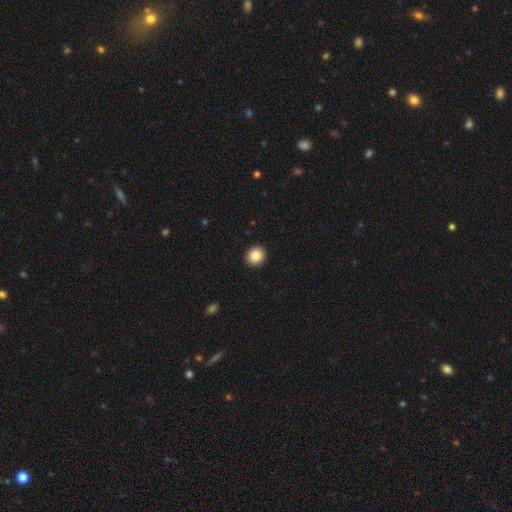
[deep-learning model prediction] Morphology: type=smooth (85%); roundness=round (84%); merging=none (93%).